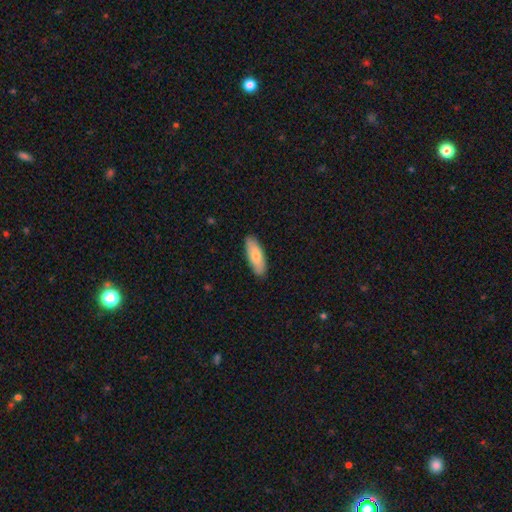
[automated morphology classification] Overall: smooth (79%). How rounded: in between (65%; cigar-shaped 33%). Merging: none (89%).